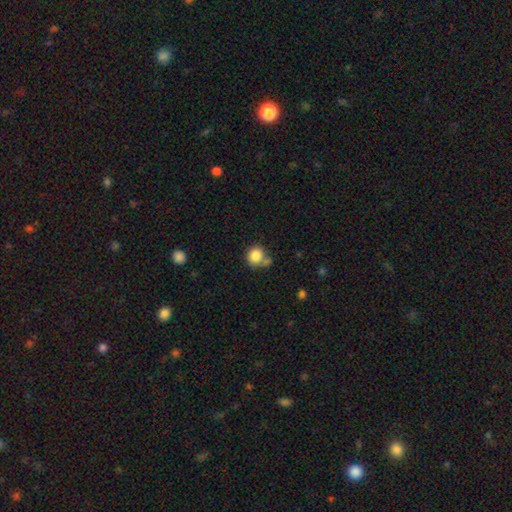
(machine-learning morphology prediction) Smooth or featured?
  - smooth: 85% *
  - star or artifact: 9%
  - featured or disk: 6%
How rounded?
  - round: 87% *
  - in between: 12%
  - cigar-shaped: 1%
Merging?
  - none: 58% *
  - merger: 20%
  - minor disturbance: 16%
  - major disturbance: 6%